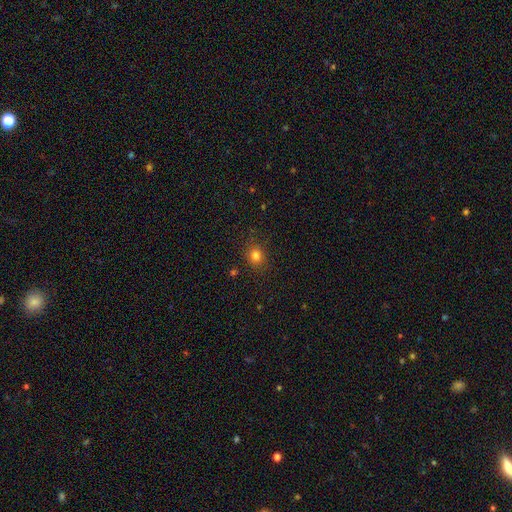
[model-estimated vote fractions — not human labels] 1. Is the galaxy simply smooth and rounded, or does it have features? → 80% smooth, 14% star or artifact, 6% featured or disk.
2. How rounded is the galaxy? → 74% round, 25% in between, 1% cigar-shaped.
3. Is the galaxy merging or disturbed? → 86% none, 10% minor disturbance, 3% major disturbance, 2% merger.